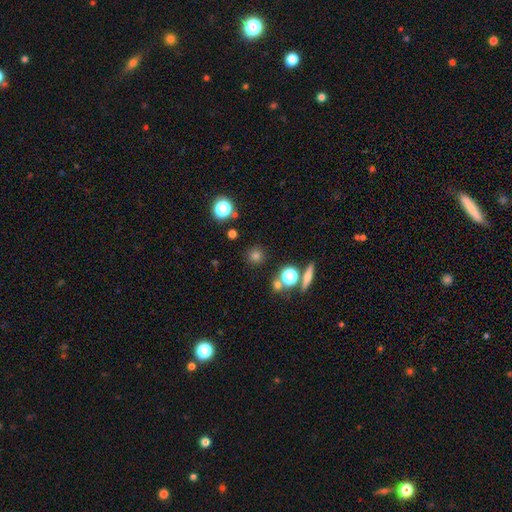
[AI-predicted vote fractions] A smooth galaxy with no disk features (73%) that is round (93%). Merging: none (85%).